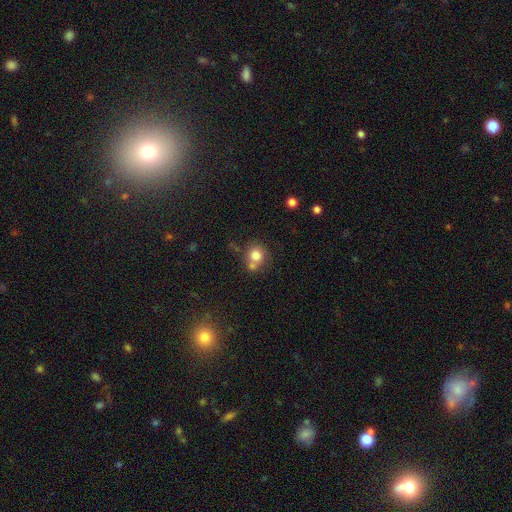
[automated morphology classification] Smooth or featured? smooth (78%)
How rounded? round (83%)
Merging? none (50%)